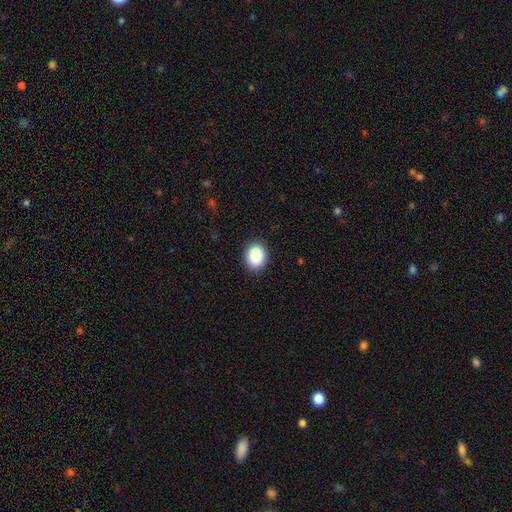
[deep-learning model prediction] Overall: smooth (89%). How rounded: in between (56%; round 43%). Merging: none (89%).